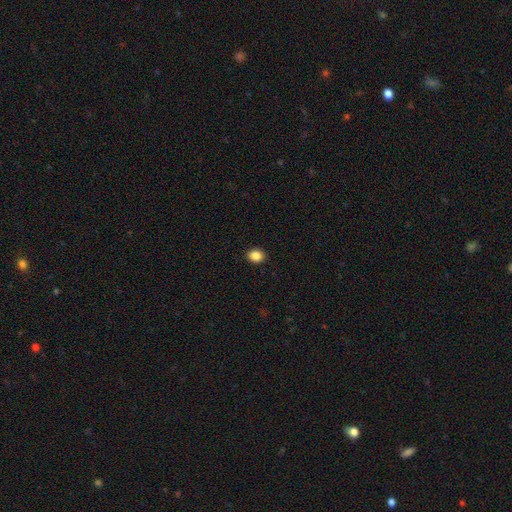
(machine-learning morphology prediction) Overall: smooth (87%). How rounded: round (60%; in between 39%). Merging: none (91%).